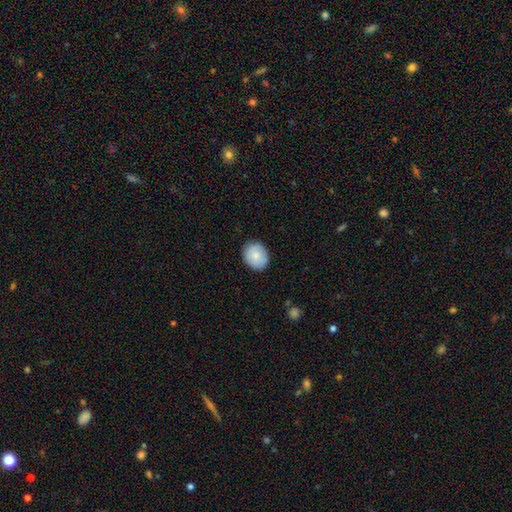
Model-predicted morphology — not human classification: Smooth or featured: smooth — 82% (featured or disk — 12%)
How rounded: round — 58% (in between — 41%)
Merging: none — 87% (minor disturbance — 10%)